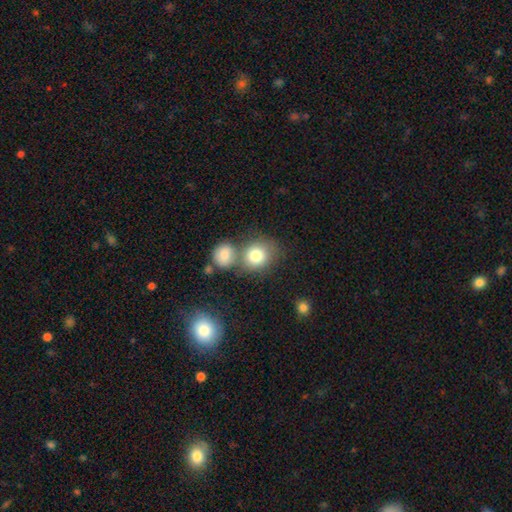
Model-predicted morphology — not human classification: Smooth or featured? smooth (81%)
How rounded? round (80%)
Merging? none (50%)